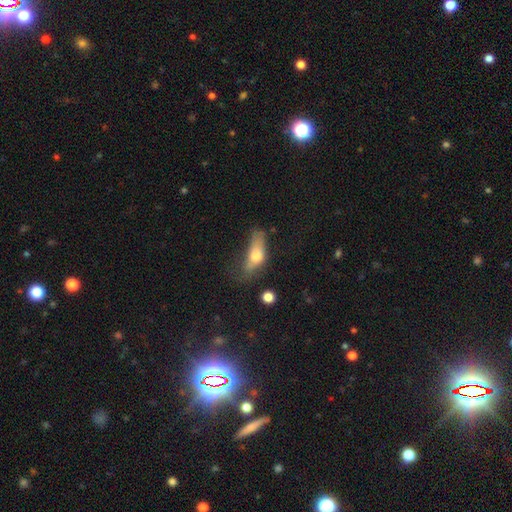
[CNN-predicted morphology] type=smooth (61%); roundness=in between (67%); merging=major disturbance (43%).